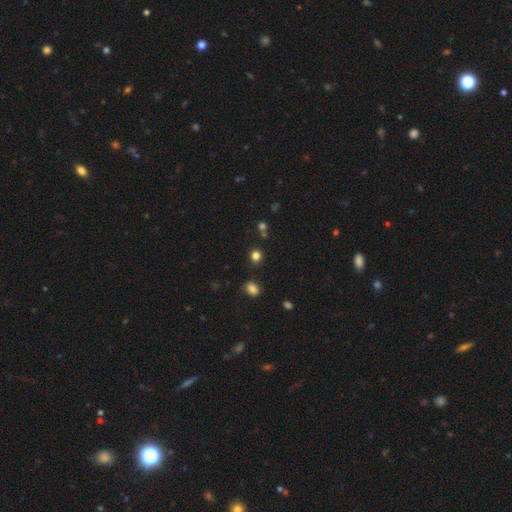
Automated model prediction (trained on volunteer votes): The model was most divided on "smooth or featured": smooth: 78%, star or artifact: 17%, featured or disk: 4%. More confident: merging — none (83%); how rounded — round (82%).